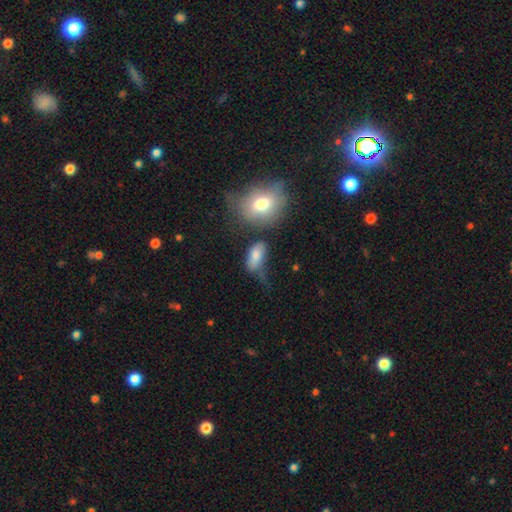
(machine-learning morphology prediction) Smooth or featured? smooth (78%)
How rounded? in between (88%)
Merging? none (34%)